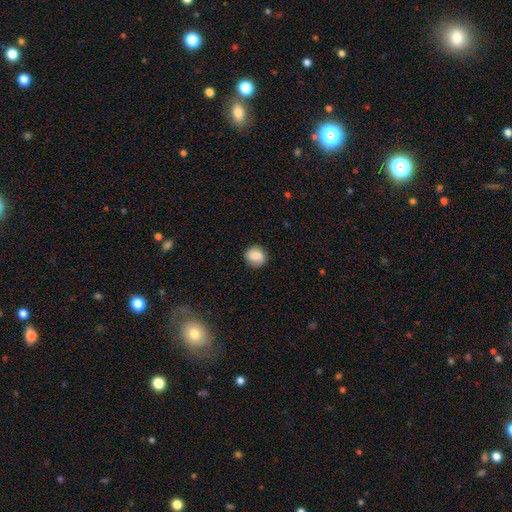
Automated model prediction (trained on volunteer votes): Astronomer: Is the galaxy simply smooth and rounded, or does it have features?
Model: smooth — 76%.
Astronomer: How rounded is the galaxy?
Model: round — 83%.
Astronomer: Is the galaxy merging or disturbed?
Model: none — 82%.